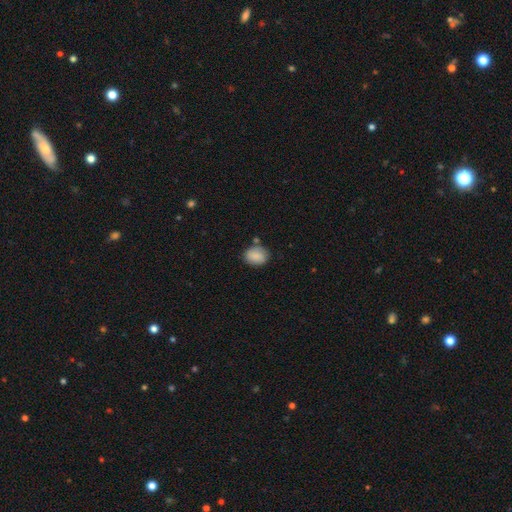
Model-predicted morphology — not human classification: Smooth or featured?
  - smooth: 84% *
  - featured or disk: 9%
  - star or artifact: 7%
How rounded?
  - in between: 55% *
  - round: 44%
  - cigar-shaped: 1%
Merging?
  - none: 72% *
  - minor disturbance: 17%
  - merger: 7%
  - major disturbance: 4%